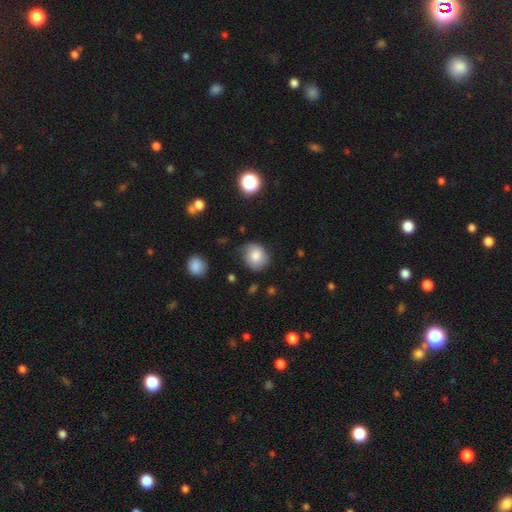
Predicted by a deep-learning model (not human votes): The model was most divided on "merging": none: 69%, minor disturbance: 23%, major disturbance: 6%, merger: 2%. More confident: smooth or featured — smooth (77%); how rounded — round (75%).